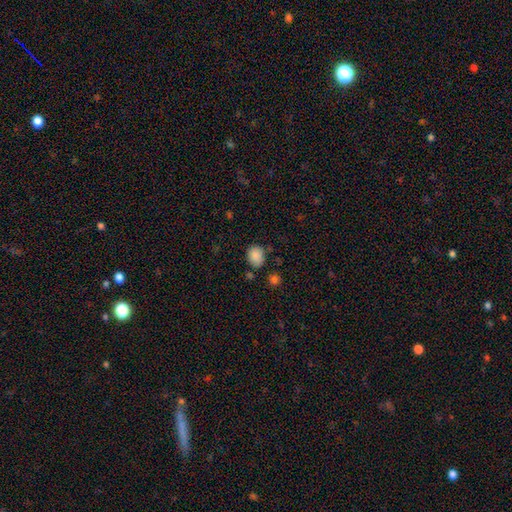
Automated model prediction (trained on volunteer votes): Overall: smooth (87%). How rounded: in between (50%; round 49%). Merging: none (72%).